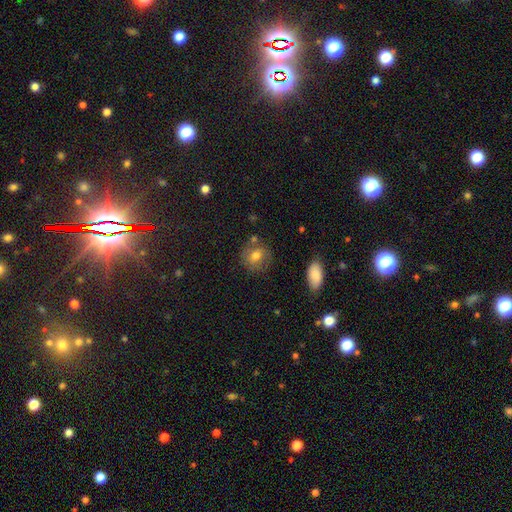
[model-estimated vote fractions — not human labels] Smooth or featured? smooth (71%)
How rounded? round (78%)
Merging? none (72%)